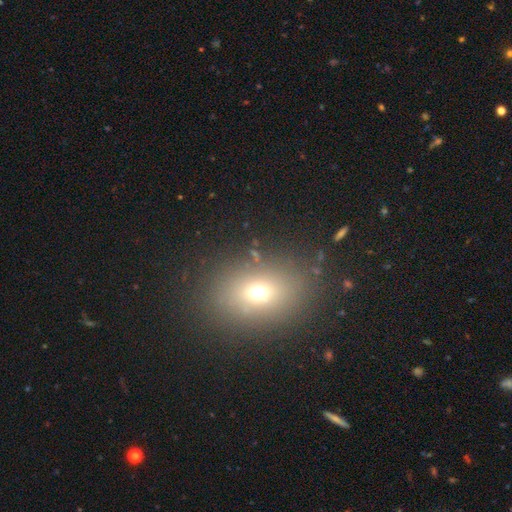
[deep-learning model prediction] Smooth or featured: smooth — 65% (star or artifact — 20%)
How rounded: in between — 65% (round — 33%)
Merging: none — 83% (minor disturbance — 9%)